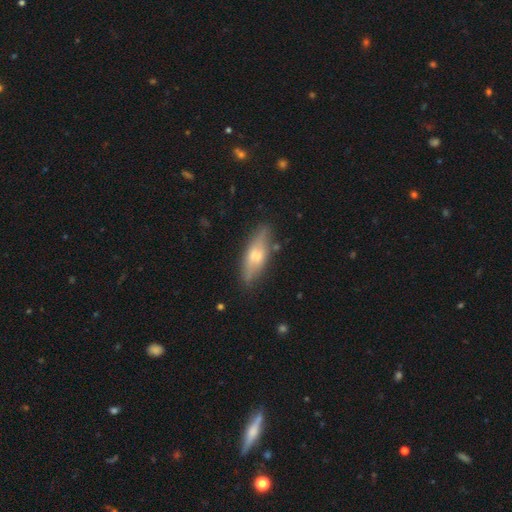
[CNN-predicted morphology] Q: Smooth or featured?
A: featured or disk (48%); runner-up: smooth (45%)
Q: Merging?
A: none (80%); runner-up: minor disturbance (15%)